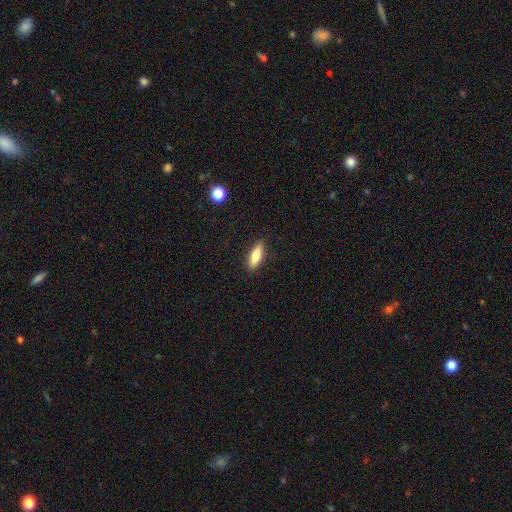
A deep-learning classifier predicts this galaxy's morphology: Smooth or featured? smooth (72%)
How rounded? in between (52%)
Merging? none (88%)